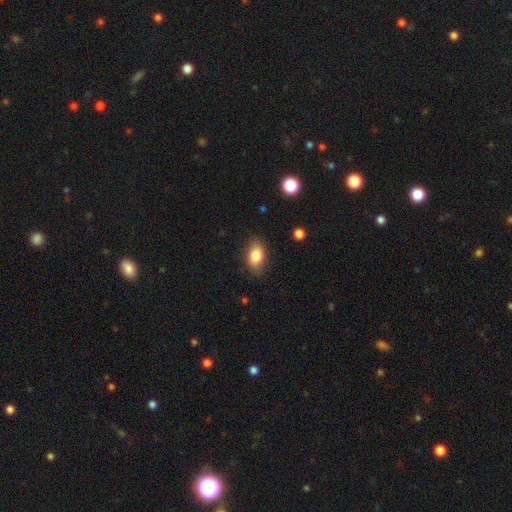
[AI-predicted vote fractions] smooth_or_featured: smooth (p=0.83) [alt: featured or disk p=0.09]
how_rounded: in between (p=0.85) [alt: round p=0.13]
merging: none (p=0.80) [alt: minor disturbance p=0.15]